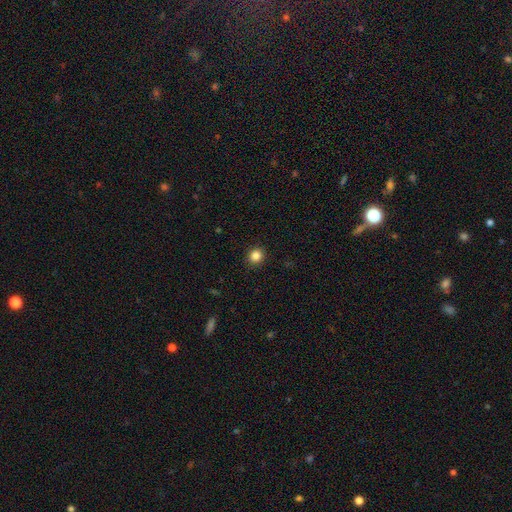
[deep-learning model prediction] A smooth galaxy with no disk features (84%) that is round (87%).

Vote fractions:
- Smooth or featured? smooth: 84% / star or artifact: 11% / featured or disk: 4%
- How rounded? round: 87% / in between: 12% / cigar-shaped: 1%
- Merging? none: 91% / minor disturbance: 6% / major disturbance: 2% / merger: 1%